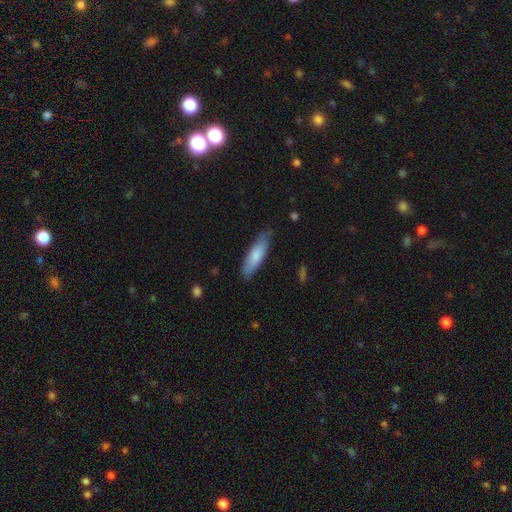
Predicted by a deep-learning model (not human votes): The model was most divided on "how rounded": cigar-shaped: 55%, in between: 44%, round: 1%. More confident: smooth or featured — smooth (78%); merging — none (77%).